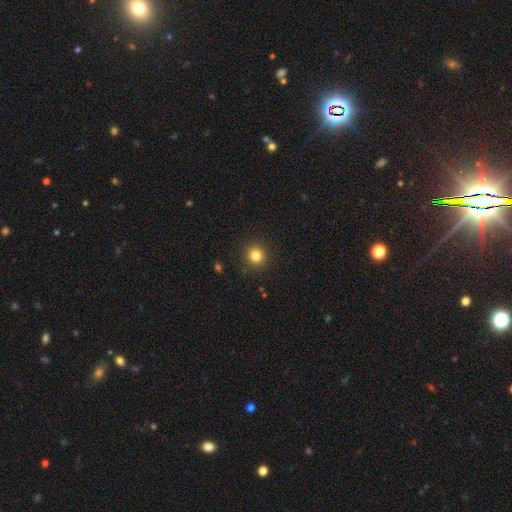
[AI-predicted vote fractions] A smooth galaxy with no disk features (82%) that is round (93%). Merging: none (91%).